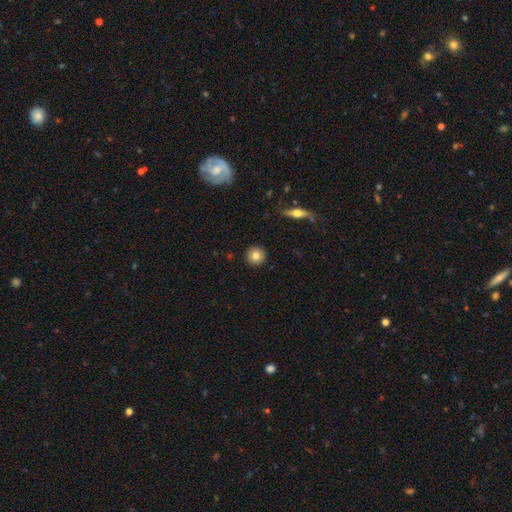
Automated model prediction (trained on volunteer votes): smooth_or_featured: smooth (p=0.81) [alt: featured or disk p=0.10]
how_rounded: round (p=0.95) [alt: in between p=0.04]
merging: none (p=0.92) [alt: minor disturbance p=0.05]